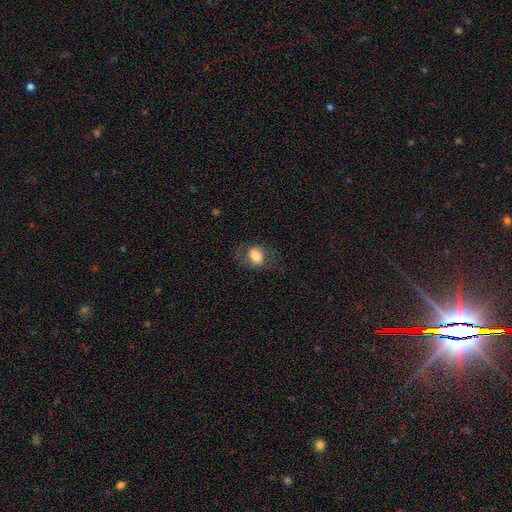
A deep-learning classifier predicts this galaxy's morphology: Smooth or featured? Predicted: smooth (p=0.71). How rounded? Predicted: in between (p=0.60). Merging? Predicted: none (p=0.63).